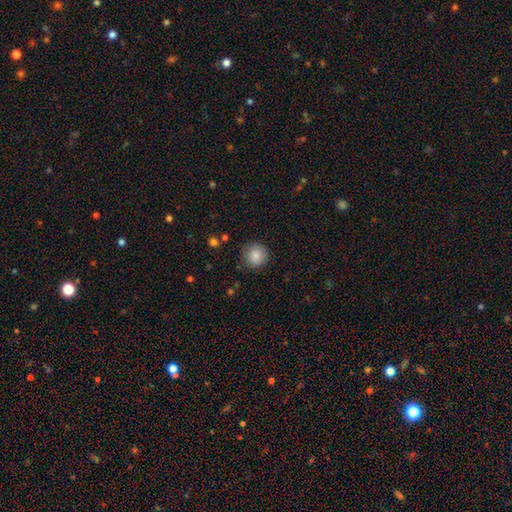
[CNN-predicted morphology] type=smooth (86%); roundness=round (93%); merging=none (84%).